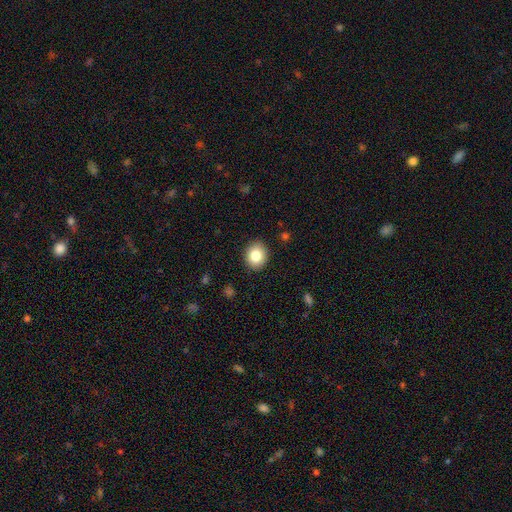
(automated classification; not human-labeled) Smooth or featured? Predicted: smooth (p=0.83). How rounded? Predicted: round (p=0.69). Merging? Predicted: none (p=0.90).